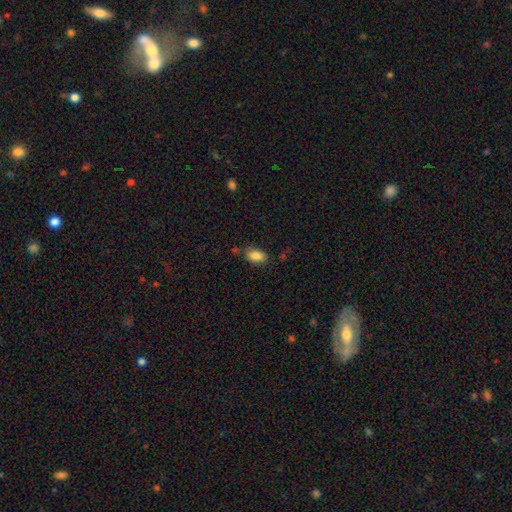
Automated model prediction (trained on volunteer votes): Overall: smooth (84%). How rounded: in between (90%). Merging: none (74%).